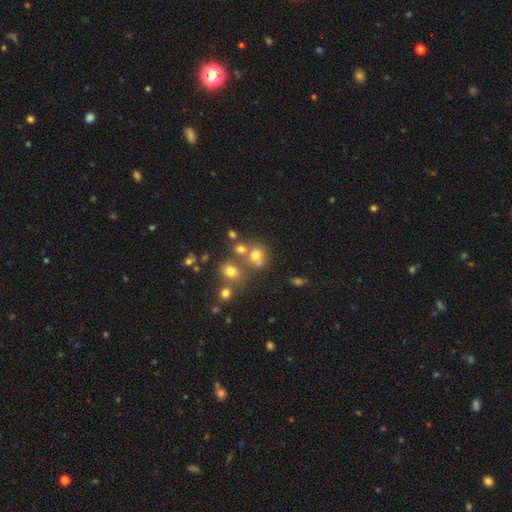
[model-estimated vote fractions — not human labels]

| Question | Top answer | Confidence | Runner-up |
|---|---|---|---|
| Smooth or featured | smooth | 69% | star or artifact (18%) |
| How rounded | round | 74% | in between (25%) |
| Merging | none | 50% | merger (32%) |